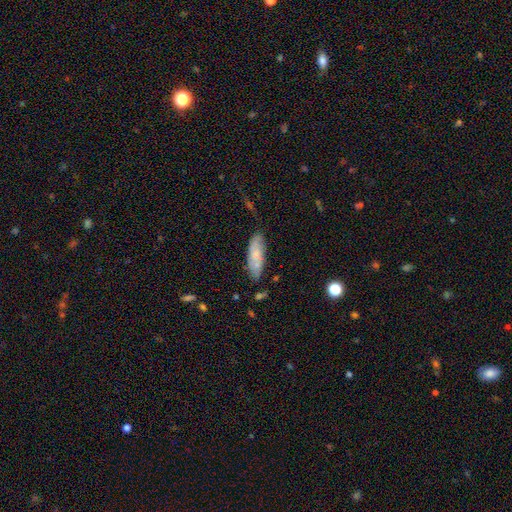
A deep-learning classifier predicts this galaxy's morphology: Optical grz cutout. It shows a smooth galaxy with no disk features (57%) that is in between round and cigar-shaped (61%). Merging: none (70%).